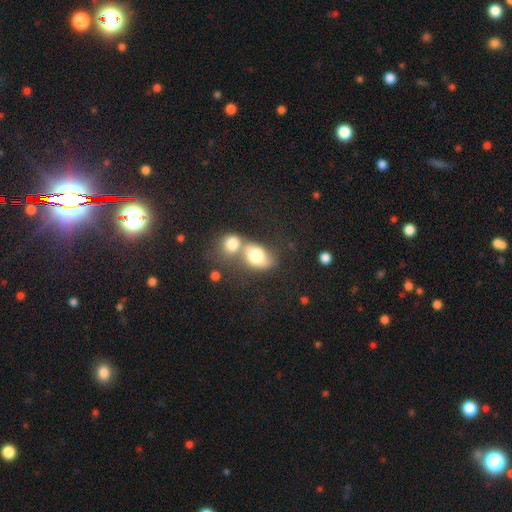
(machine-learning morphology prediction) Q: Smooth or featured?
A: smooth (73%); runner-up: featured or disk (18%)
Q: How rounded?
A: in between (73%); runner-up: round (25%)
Q: Merging?
A: merger (54%); runner-up: none (28%)